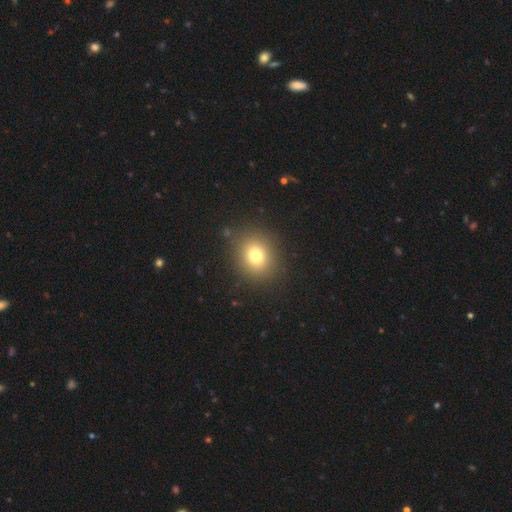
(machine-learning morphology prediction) smooth 75%, star or artifact 14%, featured or disk 10%. Down the decision tree: how rounded — round (78%); merging — none (87%).